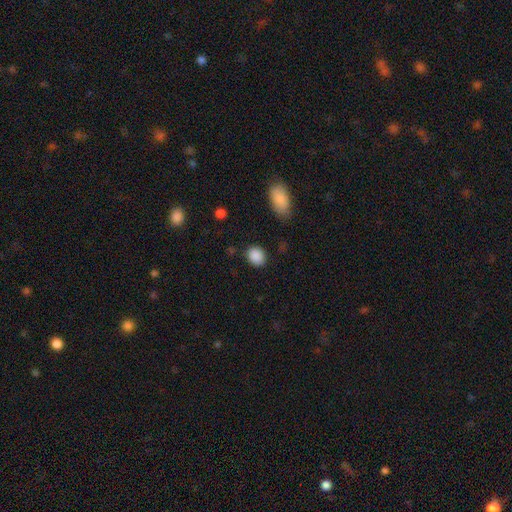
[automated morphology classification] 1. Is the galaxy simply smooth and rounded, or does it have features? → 89% smooth, 8% star or artifact, 3% featured or disk.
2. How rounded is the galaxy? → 56% round, 43% in between, 1% cigar-shaped.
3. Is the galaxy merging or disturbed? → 85% none, 10% minor disturbance, 3% major disturbance, 2% merger.